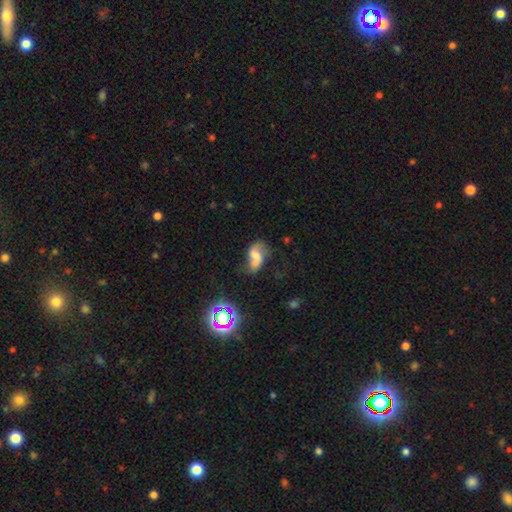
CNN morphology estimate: A featured or disk galaxy (49%). Merging: merger (42%).